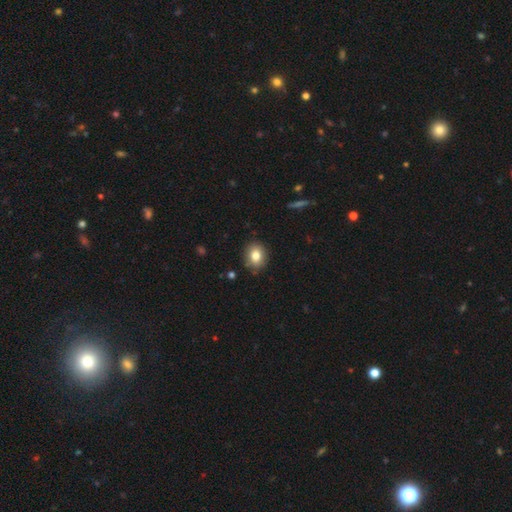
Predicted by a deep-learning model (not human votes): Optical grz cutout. It shows a smooth galaxy with no disk features (81%) that is round (54%). Merging: none (86%).